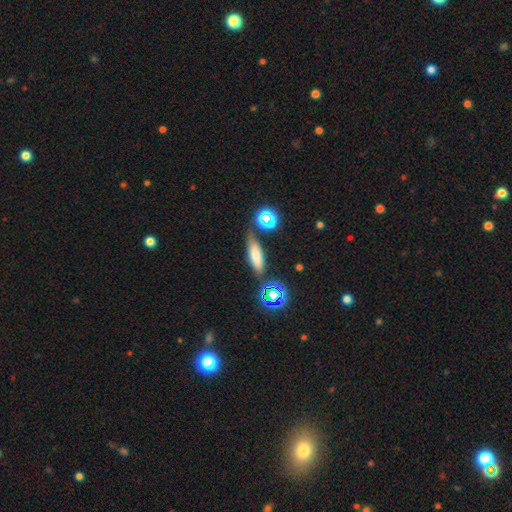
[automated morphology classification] smooth_or_featured: smooth (p=0.65) [alt: star or artifact p=0.18]
how_rounded: in between (p=0.50) [alt: cigar-shaped p=0.45]
merging: none (p=0.73) [alt: minor disturbance p=0.15]